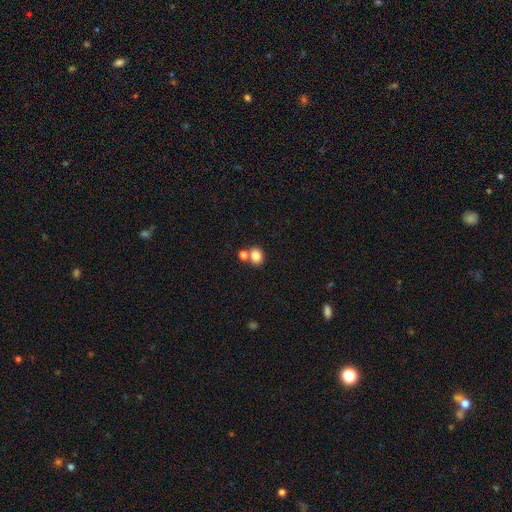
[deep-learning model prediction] Smooth or featured? Predicted: smooth (p=0.82). How rounded? Predicted: round (p=0.55). Merging? Predicted: none (p=0.56).